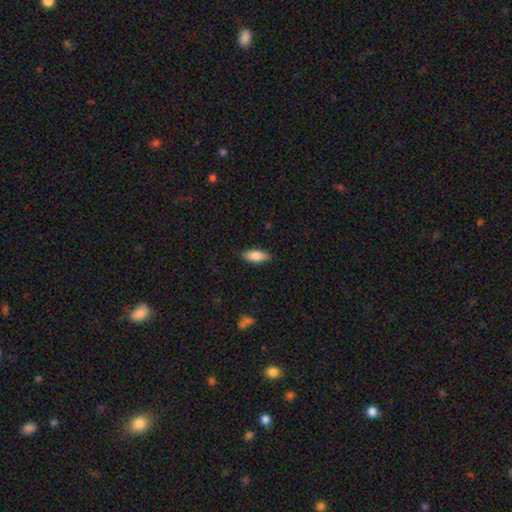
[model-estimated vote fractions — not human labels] This is clearly a smooth galaxy (85%). How rounded: clearly in between (81%). Merging: clearly none (86%).